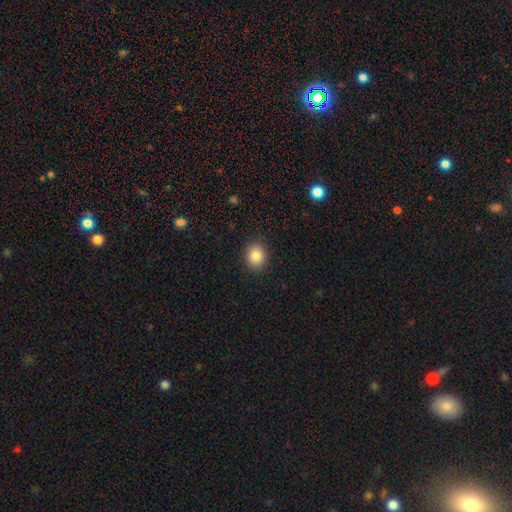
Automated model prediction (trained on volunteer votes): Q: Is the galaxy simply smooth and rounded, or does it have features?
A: smooth — 87%.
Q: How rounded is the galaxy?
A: round — 70%.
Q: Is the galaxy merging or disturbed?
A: none — 90%.